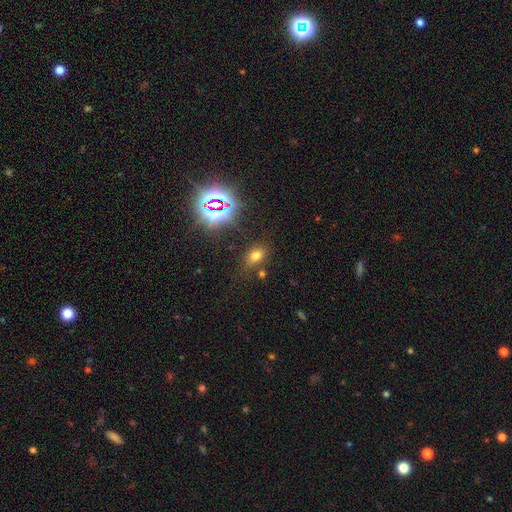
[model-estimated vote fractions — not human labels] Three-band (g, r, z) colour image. It shows a smooth galaxy with no disk features (65%) that is in between round and cigar-shaped (72%). Merging: none (72%).